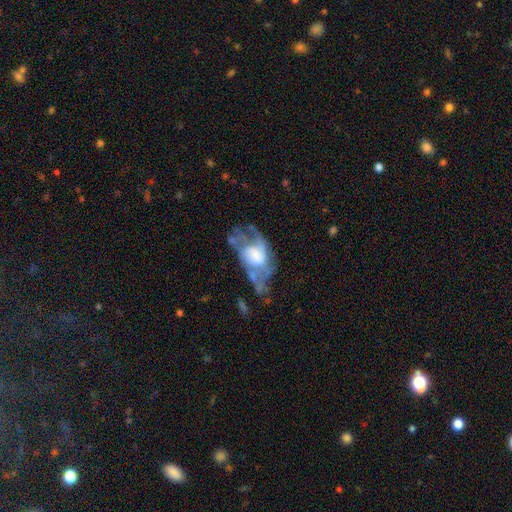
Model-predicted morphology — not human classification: A featured or disk galaxy (68%) with no bar (64%), spiral arms (65%) and a large central bulge (44%).

Vote fractions:
- Smooth or featured? featured or disk: 68% / smooth: 24% / star or artifact: 8%
- Edge-on disk? no: 95% / yes: 5%
- Bar? no: 64% / weak: 28% / strong: 8%
- Spiral arms? yes: 65% / no: 35%
- Bulge size? large: 44% / moderate: 20% / none: 18% / small: 11% / dominant: 8%
- Merging? major disturbance: 40% / none: 31% / minor disturbance: 23% / merger: 7%